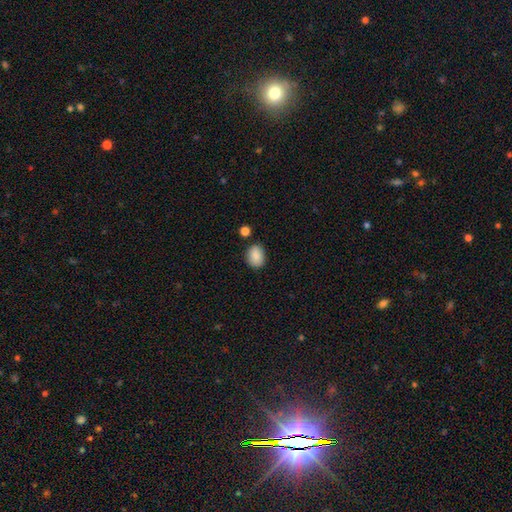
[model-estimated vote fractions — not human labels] A smooth galaxy with no disk features (88%) that is in between round and cigar-shaped (64%). Merging: none (81%).